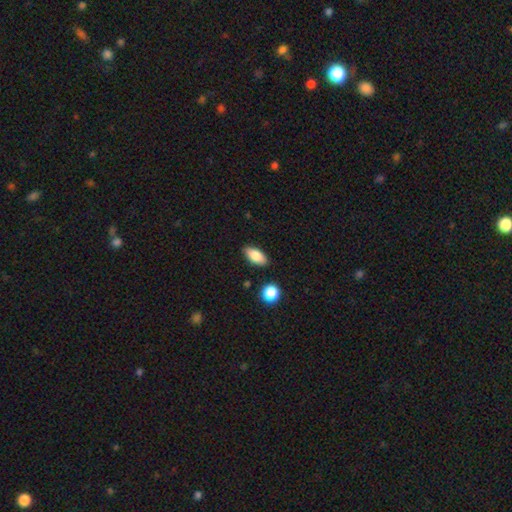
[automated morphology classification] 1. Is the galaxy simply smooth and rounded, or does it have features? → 84% smooth, 8% featured or disk, 7% star or artifact.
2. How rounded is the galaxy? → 88% in between, 8% cigar-shaped, 4% round.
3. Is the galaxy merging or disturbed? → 85% none, 10% minor disturbance, 3% merger, 2% major disturbance.